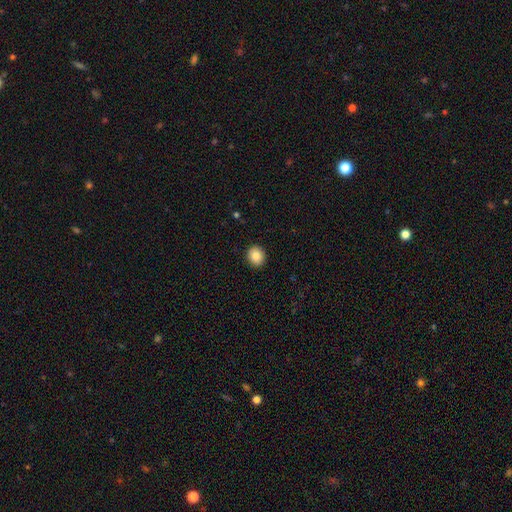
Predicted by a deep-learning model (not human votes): smooth 85%, star or artifact 9%, featured or disk 6%. Down the decision tree: how rounded — round (80%); merging — none (92%).